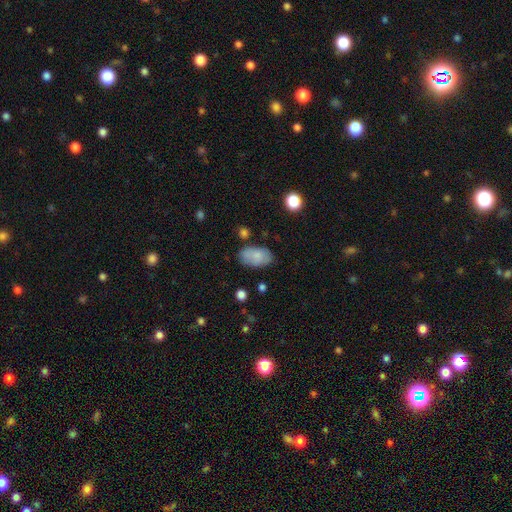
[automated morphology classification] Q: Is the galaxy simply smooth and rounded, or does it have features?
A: smooth — 79%.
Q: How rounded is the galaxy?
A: in between — 93%.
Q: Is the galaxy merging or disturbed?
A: none — 72%.